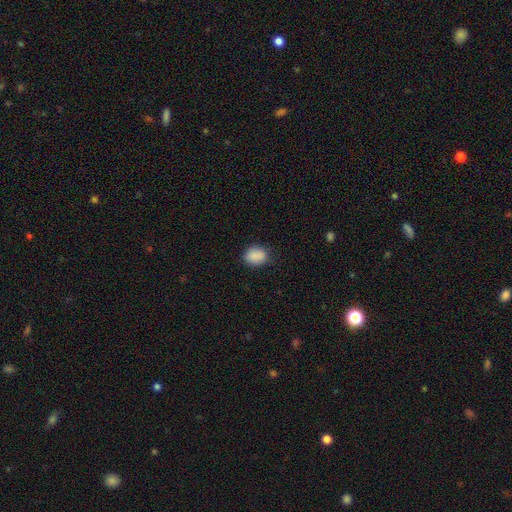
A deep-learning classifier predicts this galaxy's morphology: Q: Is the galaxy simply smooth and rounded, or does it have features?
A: smooth — 88%.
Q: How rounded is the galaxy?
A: in between — 59%.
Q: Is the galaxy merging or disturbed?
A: none — 83%.